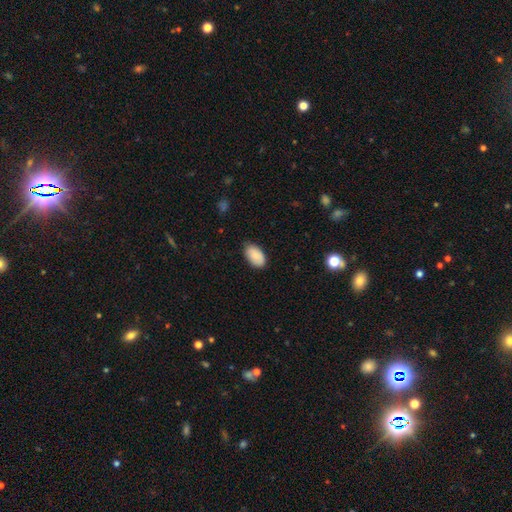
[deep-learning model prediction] This appears to be a smooth galaxy with no disk features (88%) that is in between round and cigar-shaped (95%). Merging: none (81%).